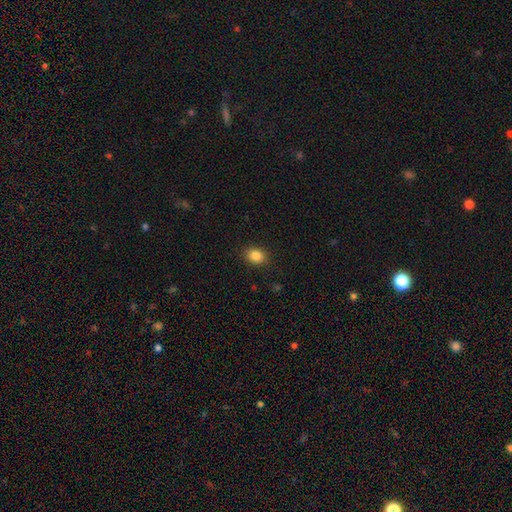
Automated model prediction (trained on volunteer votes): Overall: smooth (86%). How rounded: in between (53%; round 46%). Merging: none (88%).